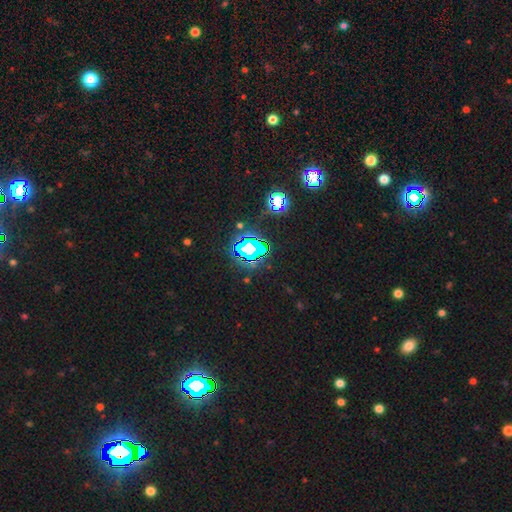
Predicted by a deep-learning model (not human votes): Smooth or featured?
  - star or artifact: 82% *
  - smooth: 11%
  - featured or disk: 7%